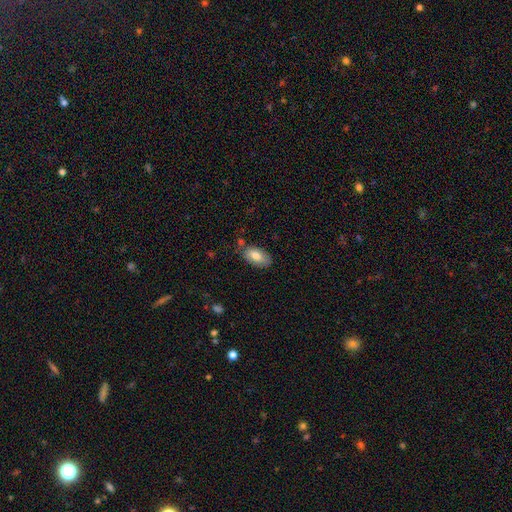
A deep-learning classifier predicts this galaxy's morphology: Overall: smooth (77%). How rounded: in between (94%). Merging: none (71%).